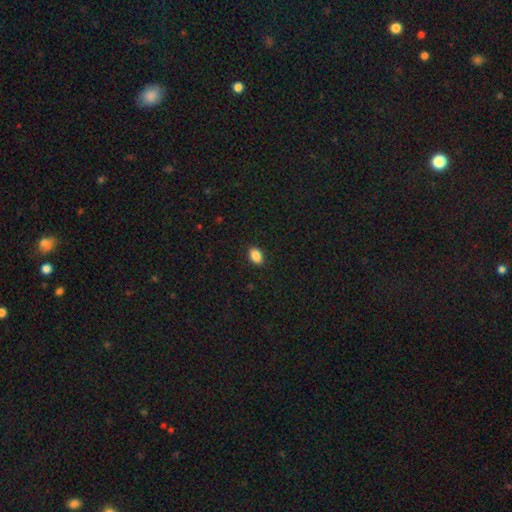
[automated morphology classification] Q: Smooth or featured?
A: smooth (88%); runner-up: star or artifact (9%)
Q: How rounded?
A: in between (86%); runner-up: round (13%)
Q: Merging?
A: none (89%); runner-up: minor disturbance (8%)